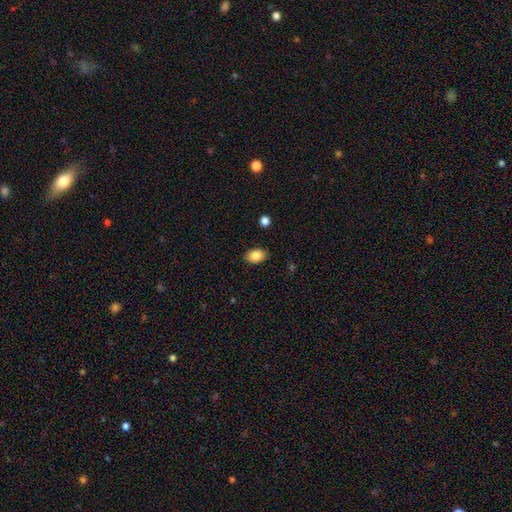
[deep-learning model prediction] Overall: smooth (86%). How rounded: in between (83%). Merging: none (87%).